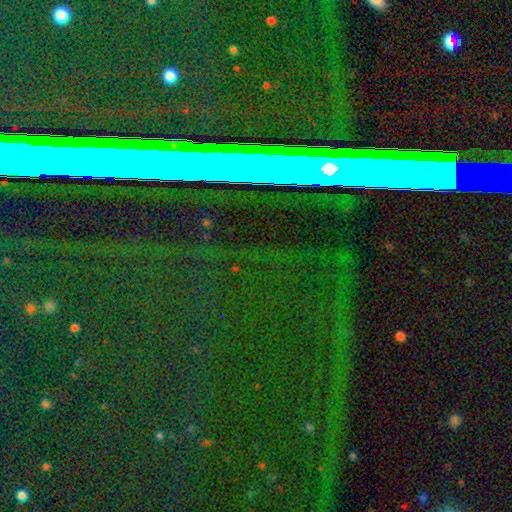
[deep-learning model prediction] Morphology: type=star or artifact (78%).